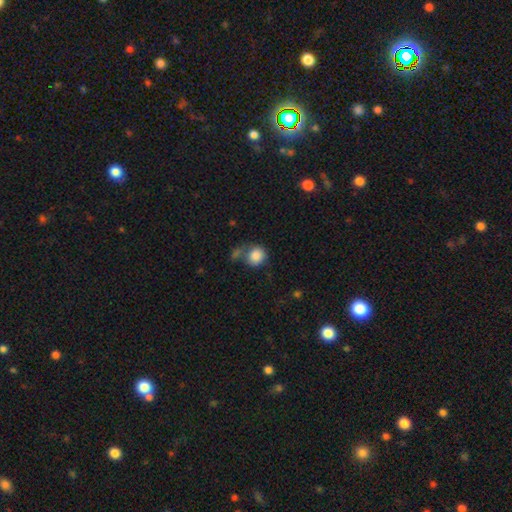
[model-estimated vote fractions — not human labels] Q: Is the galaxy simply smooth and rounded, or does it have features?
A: smooth — 86%.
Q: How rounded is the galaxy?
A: round — 85%.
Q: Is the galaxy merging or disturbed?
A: none — 53%.